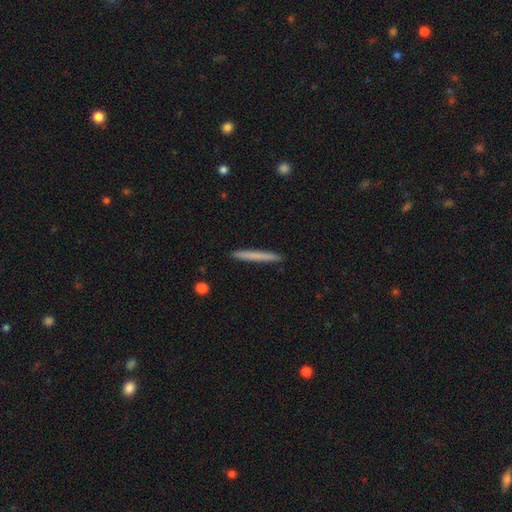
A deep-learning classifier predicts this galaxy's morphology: type=smooth (70%); roundness=cigar-shaped (97%); merging=none (92%).